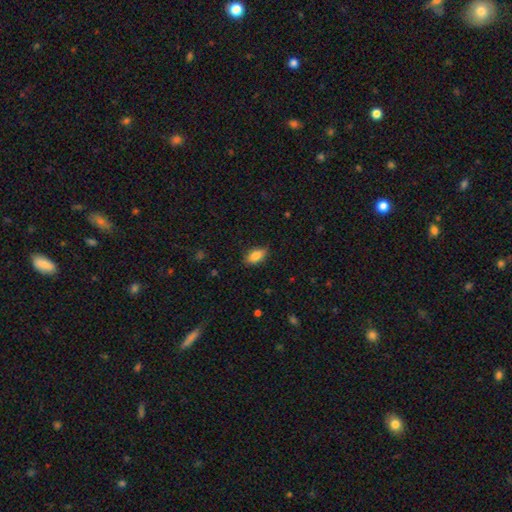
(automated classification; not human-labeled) Overall: smooth (85%). How rounded: in between (90%). Merging: none (82%).